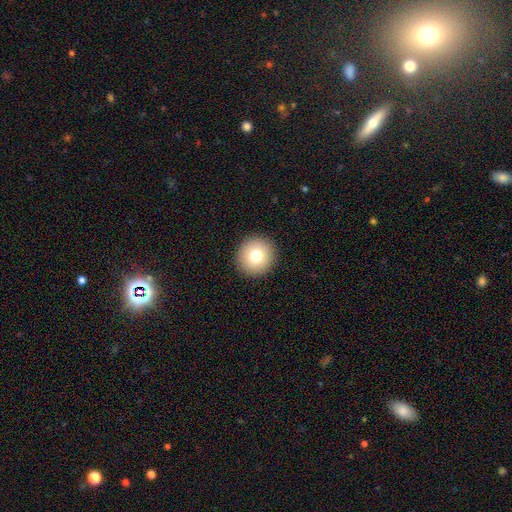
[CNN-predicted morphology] The model was most divided on "smooth or featured": smooth: 77%, featured or disk: 12%, star or artifact: 11%. More confident: how rounded — round (93%); merging — none (92%).